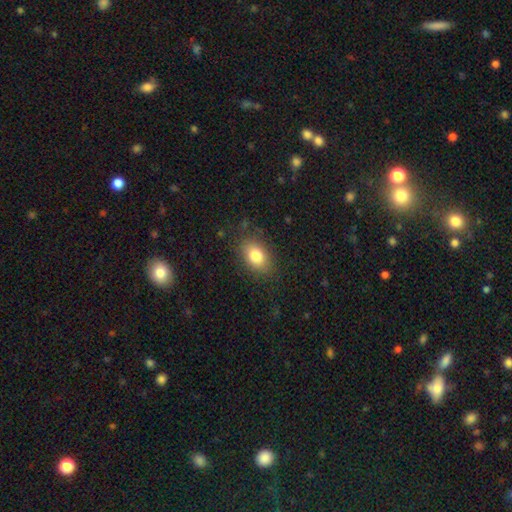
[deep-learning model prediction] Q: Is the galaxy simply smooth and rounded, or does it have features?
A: smooth — 80%.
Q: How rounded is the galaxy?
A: in between — 80%.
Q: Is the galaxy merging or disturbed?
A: none — 82%.